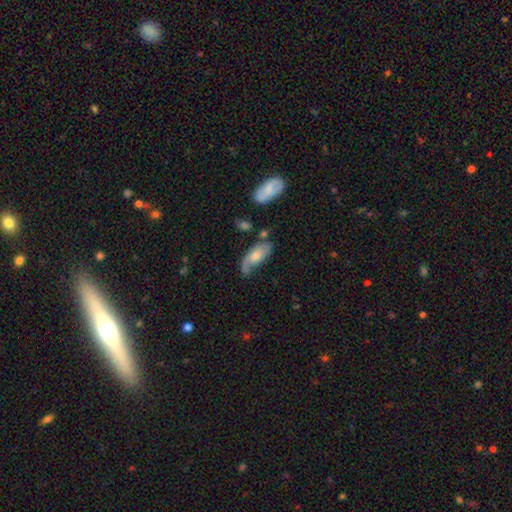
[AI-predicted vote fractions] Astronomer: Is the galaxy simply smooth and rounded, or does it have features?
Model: featured or disk — 50% (runner-up: smooth, 42%).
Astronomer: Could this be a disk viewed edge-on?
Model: no — 89%.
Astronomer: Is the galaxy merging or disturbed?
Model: none — 41% (runner-up: minor disturbance, 28%).